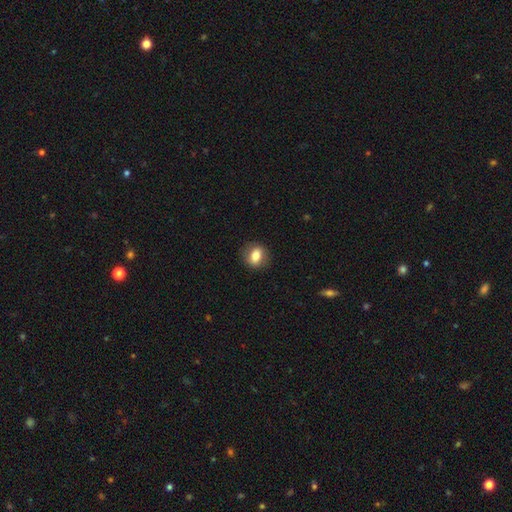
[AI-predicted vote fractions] Smooth or featured? Predicted: smooth (p=0.76). How rounded? Predicted: in between (p=0.51). Merging? Predicted: none (p=0.85).